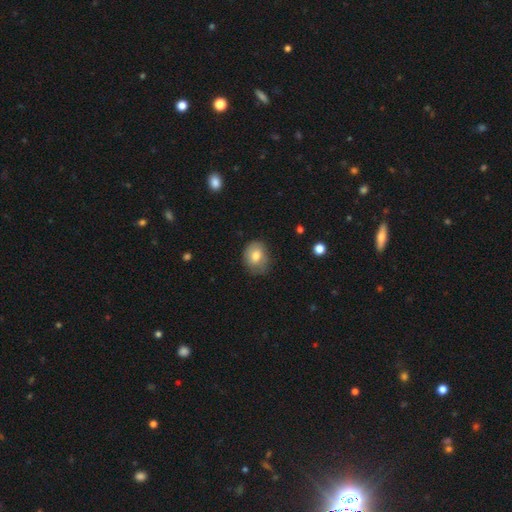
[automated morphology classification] Smooth or featured? smooth (75%)
How rounded? in between (50%)
Merging? none (66%)